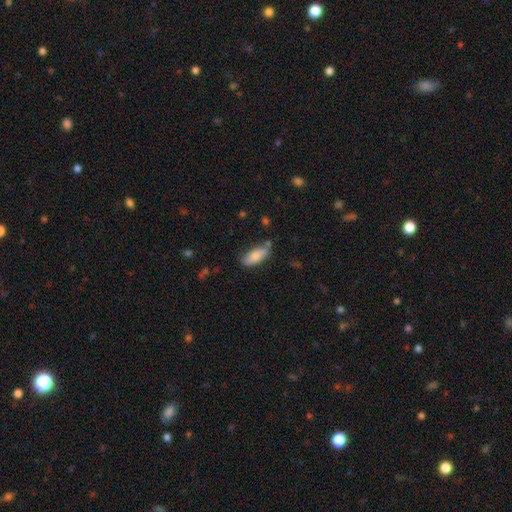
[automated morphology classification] smooth 79%, featured or disk 15%, star or artifact 6%. Down the decision tree: how rounded — in between (76%); merging — none (71%).